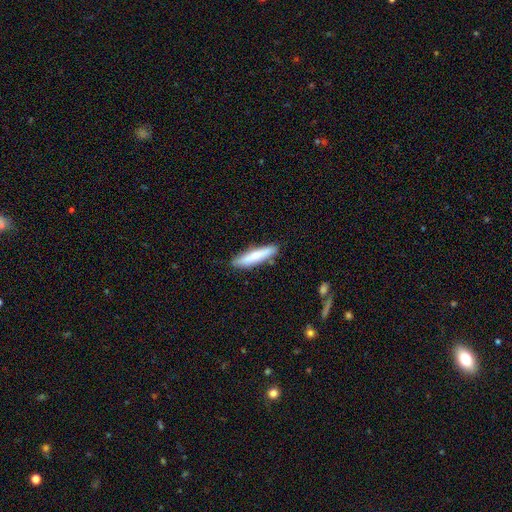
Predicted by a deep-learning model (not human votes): Smooth or featured?
  - smooth: 71% *
  - featured or disk: 23%
  - star or artifact: 6%
How rounded?
  - cigar-shaped: 83% *
  - in between: 15%
  - round: 1%
Merging?
  - none: 84% *
  - minor disturbance: 11%
  - merger: 2%
  - major disturbance: 2%